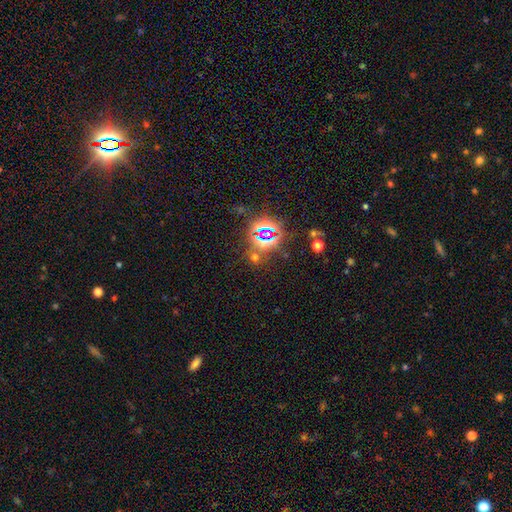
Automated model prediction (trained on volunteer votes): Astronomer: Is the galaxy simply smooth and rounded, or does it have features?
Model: star or artifact — 81%.